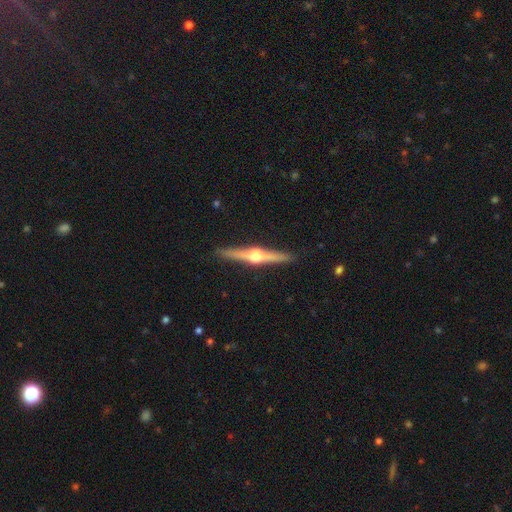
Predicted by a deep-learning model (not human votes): A featured or disk galaxy (81%) viewed edge-on (98%) with a rounded central bulge (95%). Merging: none (91%).